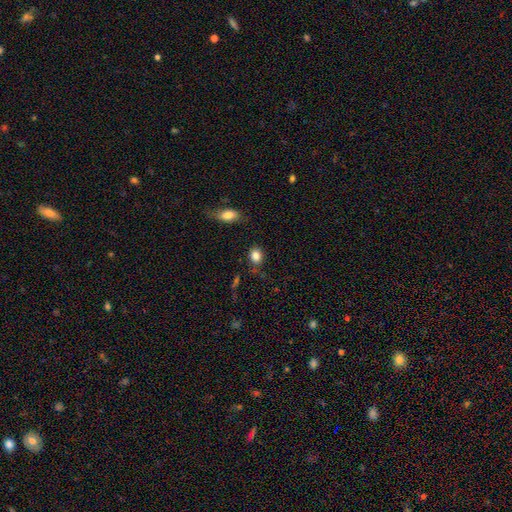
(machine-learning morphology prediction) type=smooth (86%); roundness=in between (55%); merging=none (76%).